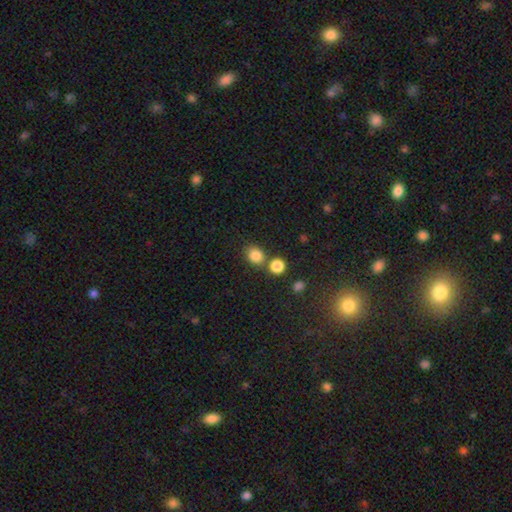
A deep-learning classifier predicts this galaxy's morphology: Overall: smooth (84%). How rounded: round (74%). Merging: none (65%).